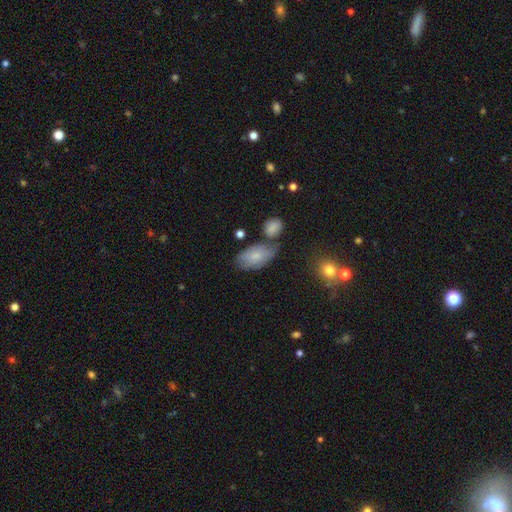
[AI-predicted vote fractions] This is likely a smooth galaxy (71%). How rounded: clearly in between (92%). Merging: possibly none (52%).